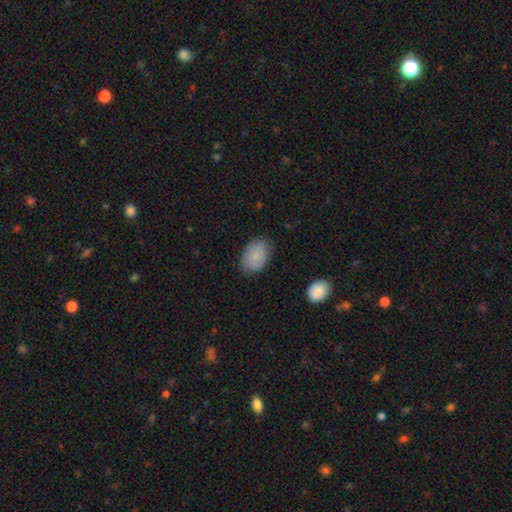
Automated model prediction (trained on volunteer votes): Smooth or featured? smooth (86%)
How rounded? in between (85%)
Merging? none (81%)